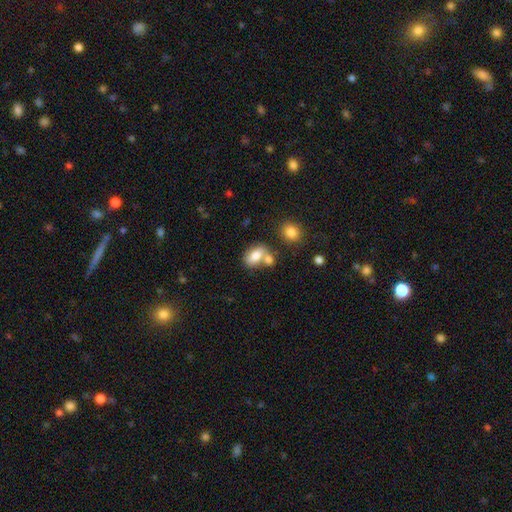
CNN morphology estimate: smooth_or_featured: smooth (p=0.77) [alt: featured or disk p=0.14]
how_rounded: in between (p=0.83) [alt: round p=0.15]
merging: merger (p=0.42) [alt: none p=0.39]